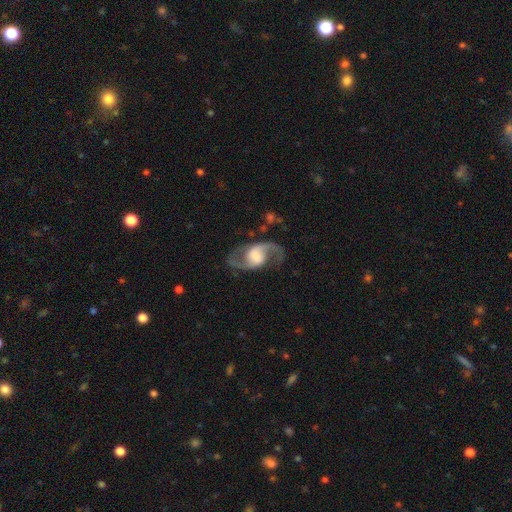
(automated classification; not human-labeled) This appears to be a featured or disk galaxy (87%) with a weak bar (45%), 2 (93%) medium (49%) spiral arms (95%) and a large central bulge (35%). Merging: none (78%).